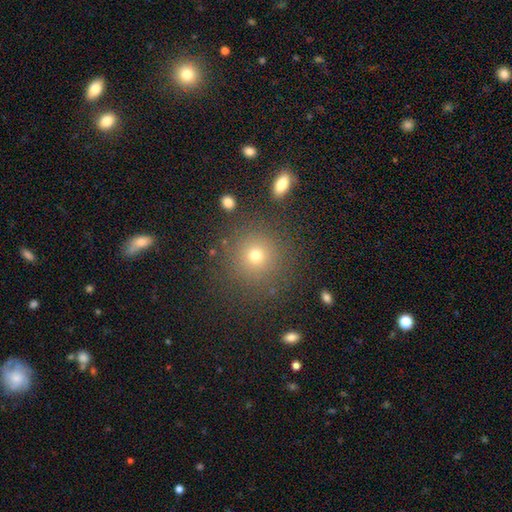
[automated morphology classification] Smooth or featured: smooth — 73% (star or artifact — 18%)
How rounded: round — 92% (in between — 7%)
Merging: none — 85% (minor disturbance — 8%)